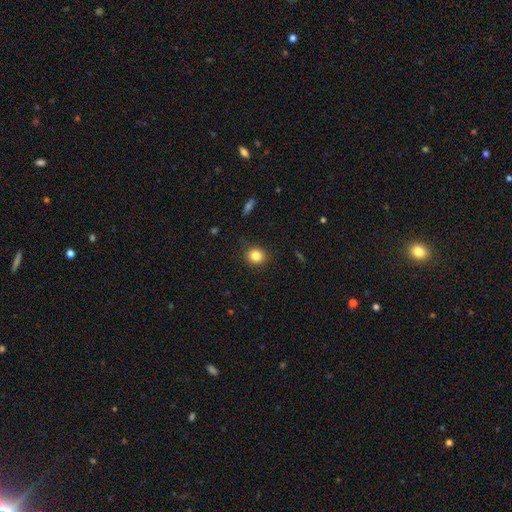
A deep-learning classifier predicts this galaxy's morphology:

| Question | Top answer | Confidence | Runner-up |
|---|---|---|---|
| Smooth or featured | smooth | 83% | star or artifact (11%) |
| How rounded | round | 86% | in between (13%) |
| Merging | none | 87% | minor disturbance (9%) |